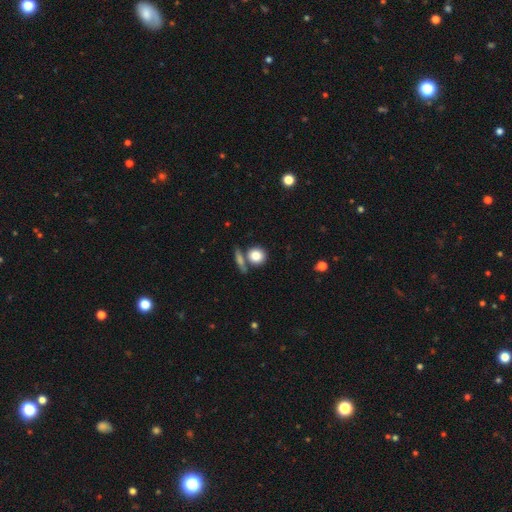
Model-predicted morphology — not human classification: Smooth or featured?
  - smooth: 82% *
  - featured or disk: 10%
  - star or artifact: 9%
How rounded?
  - round: 84% *
  - in between: 13%
  - cigar-shaped: 2%
Merging?
  - none: 66% *
  - merger: 20%
  - minor disturbance: 10%
  - major disturbance: 4%